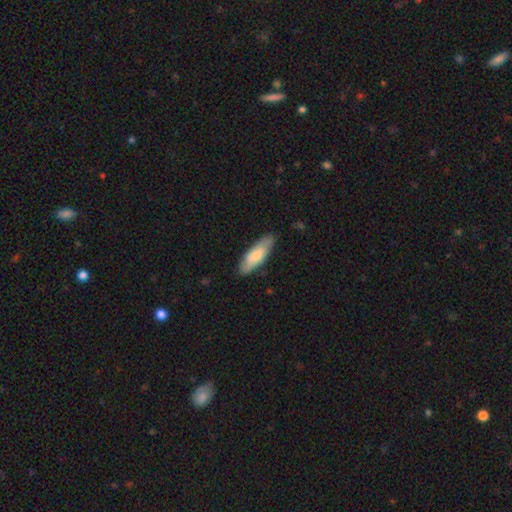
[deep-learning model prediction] smooth-or-featured: smooth: 68% | featured or disk: 27% | star or artifact: 5%
  how-rounded: in between: 56% | cigar-shaped: 42% | round: 2%
  merging: none: 81% | minor disturbance: 15% | major disturbance: 3% | merger: 1%